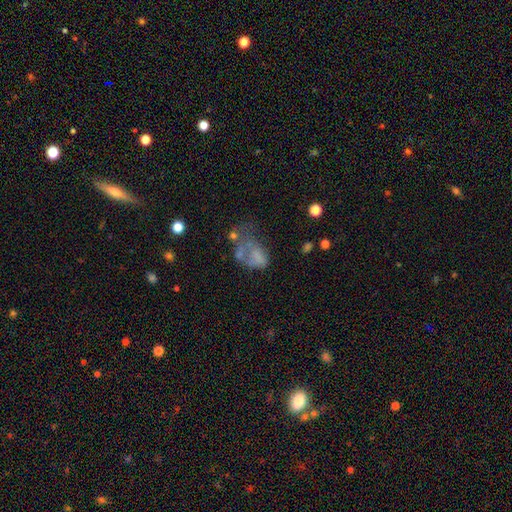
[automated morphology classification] Overall: smooth (47%; featured or disk 38%). Merging: major disturbance (41%; merger 21%).